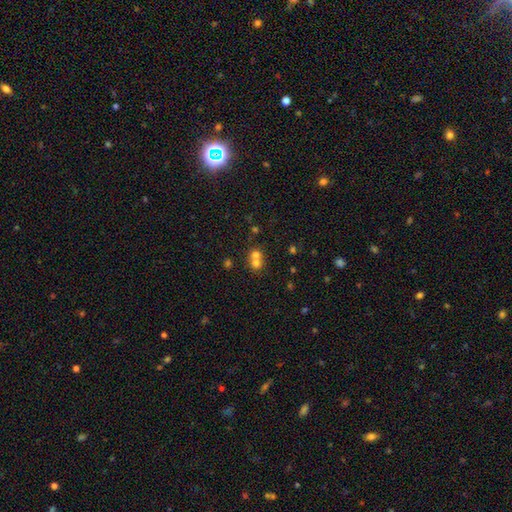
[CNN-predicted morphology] Smooth or featured?
  - smooth: 68% *
  - featured or disk: 17%
  - star or artifact: 15%
How rounded?
  - round: 81% *
  - in between: 18%
  - cigar-shaped: 1%
Merging?
  - merger: 61% *
  - none: 32%
  - minor disturbance: 4%
  - major disturbance: 2%